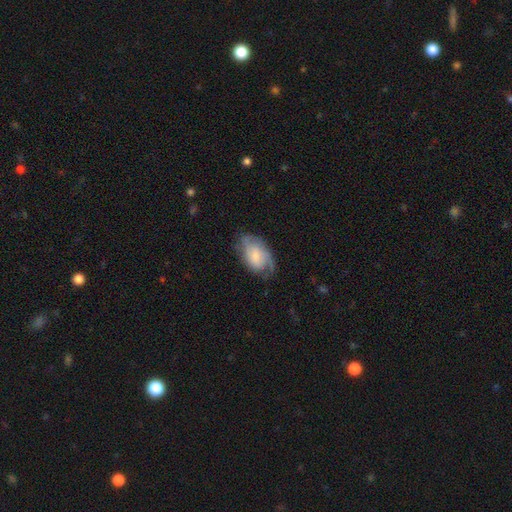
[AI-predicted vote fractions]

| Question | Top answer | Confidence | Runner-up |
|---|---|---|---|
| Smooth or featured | featured or disk | 55% | smooth (39%) |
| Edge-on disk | no | 95% | yes (5%) |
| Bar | no | 58% | weak (35%) |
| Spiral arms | yes | 84% | no (16%) |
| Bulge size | small | 47% | moderate (36%) |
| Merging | none | 58% | minor disturbance (27%) |